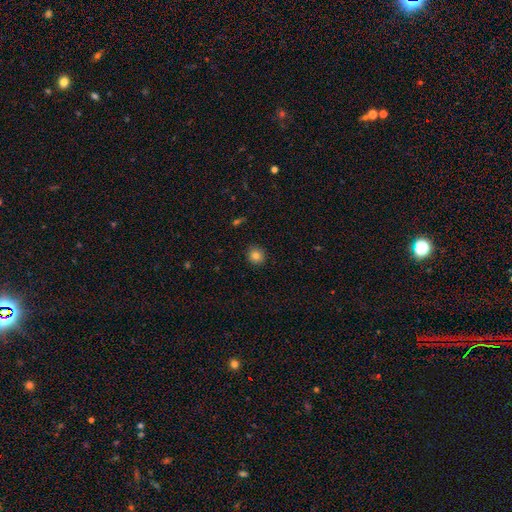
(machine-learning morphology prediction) smooth 83%, star or artifact 11%, featured or disk 6%. Down the decision tree: how rounded — round (91%); merging — none (91%).